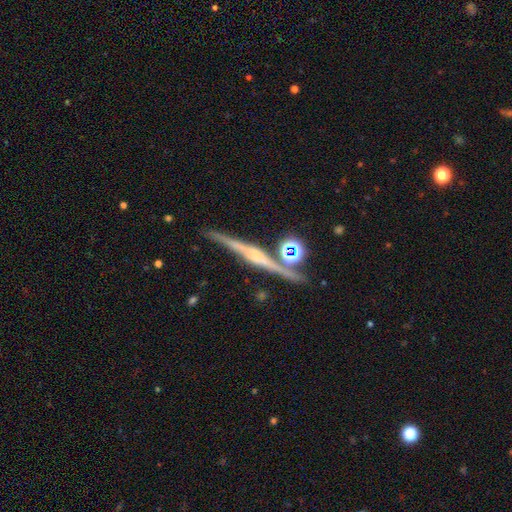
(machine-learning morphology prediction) Q: Smooth or featured?
A: featured or disk (79%); runner-up: smooth (11%)
Q: Edge-on disk?
A: yes (97%); runner-up: no (3%)
Q: Edge-on bulge?
A: rounded (60%); runner-up: boxy (22%)
Q: Merging?
A: none (81%); runner-up: minor disturbance (10%)